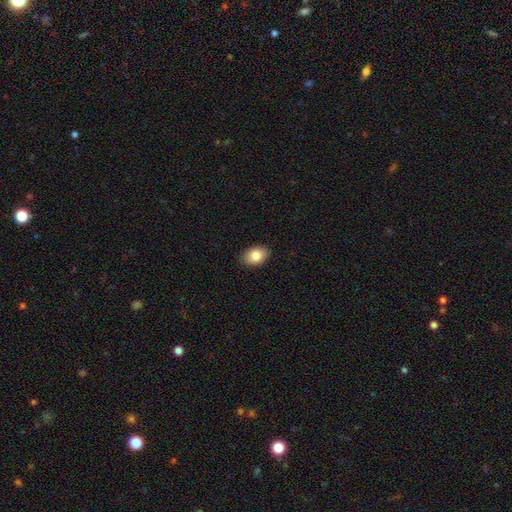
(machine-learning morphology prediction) smooth-or-featured: smooth: 83% | featured or disk: 9% | star or artifact: 8%
  how-rounded: in between: 84% | round: 15% | cigar-shaped: 1%
  merging: none: 90% | minor disturbance: 8% | major disturbance: 2% | merger: 1%